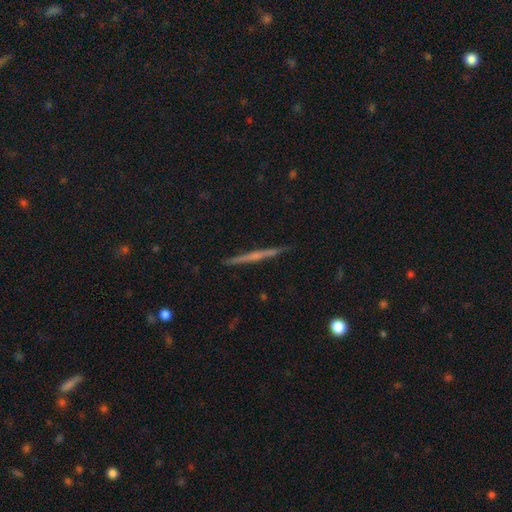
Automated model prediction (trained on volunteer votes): This is likely a featured or disk galaxy (66%). It is clearly viewed edge-on (98%). Edge-on bulge: possibly none (50%). Merging: clearly none (91%).